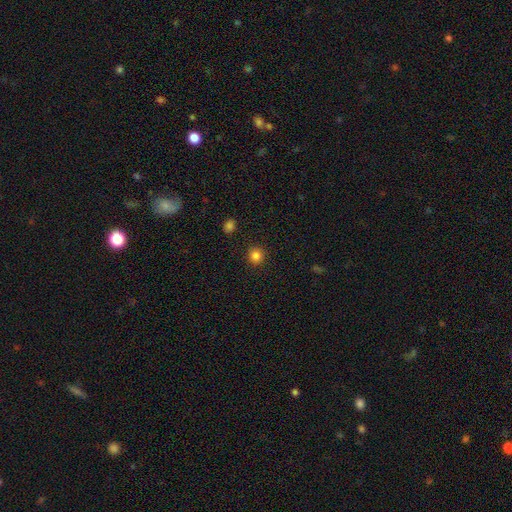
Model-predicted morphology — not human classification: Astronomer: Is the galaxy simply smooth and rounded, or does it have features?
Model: smooth — 84%.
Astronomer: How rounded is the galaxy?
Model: round — 92%.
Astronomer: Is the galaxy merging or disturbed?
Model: none — 91%.